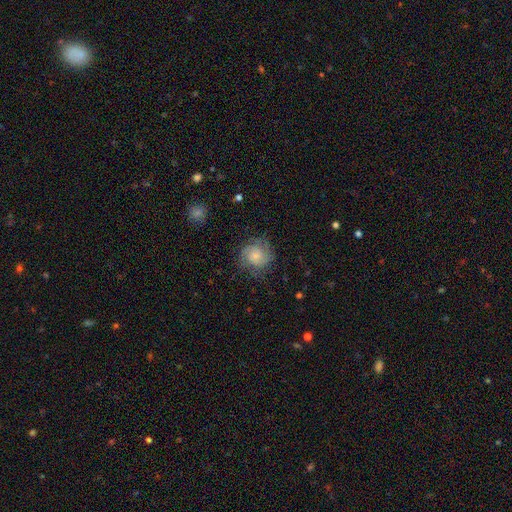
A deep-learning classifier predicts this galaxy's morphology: smooth_or_featured: featured or disk (p=0.51) [alt: smooth p=0.40]
disk_edge_on: no (p=0.98) [alt: yes p=0.02]
merging: none (p=0.71) [alt: minor disturbance p=0.19]